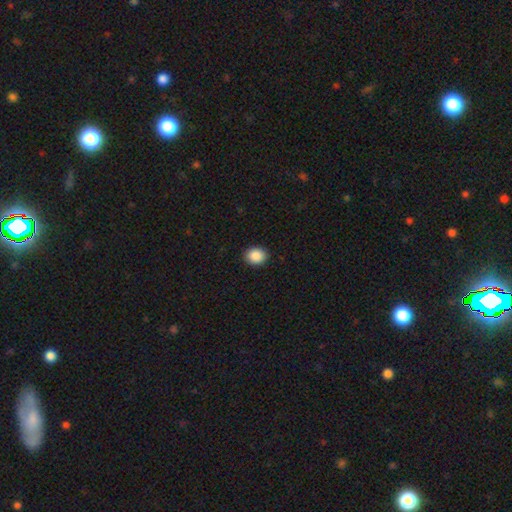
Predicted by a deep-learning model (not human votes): Overall: smooth (89%). How rounded: round (64%; in between 35%). Merging: none (90%).